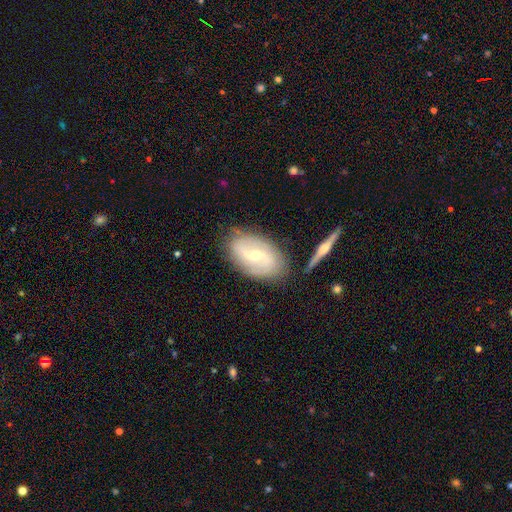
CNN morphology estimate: Smooth or featured? featured or disk (74%)
Edge-on disk? no (93%)
Bar? weak (48%)
Spiral arms? yes (86%)
Spiral winding? loose (42%)
Spiral arm count? 2 (84%)
Bulge size? small (53%)
Merging? none (79%)